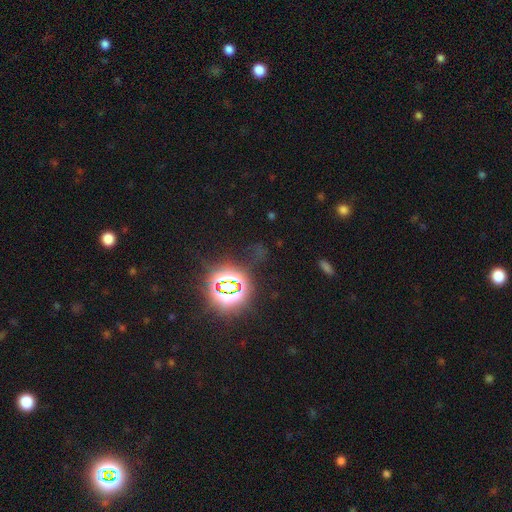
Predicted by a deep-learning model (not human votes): This is likely a star or artifact rather than a galaxy (76%).